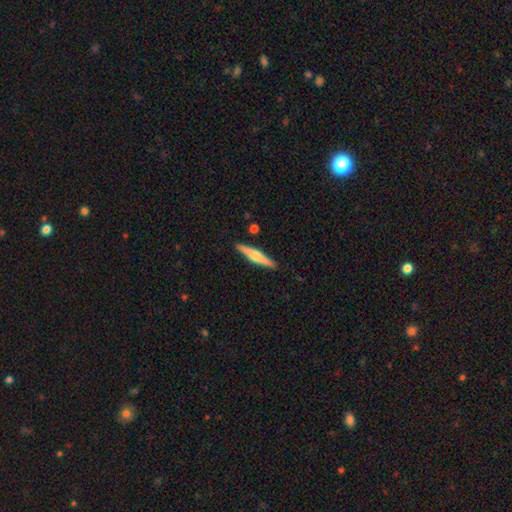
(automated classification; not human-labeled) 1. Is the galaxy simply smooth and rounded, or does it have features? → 60% featured or disk, 35% smooth, 6% star or artifact.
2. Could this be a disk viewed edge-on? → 97% yes, 3% no.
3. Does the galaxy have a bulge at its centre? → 86% rounded, 8% boxy, 6% none.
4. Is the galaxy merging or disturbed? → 90% none, 7% minor disturbance, 2% merger, 1% major disturbance.